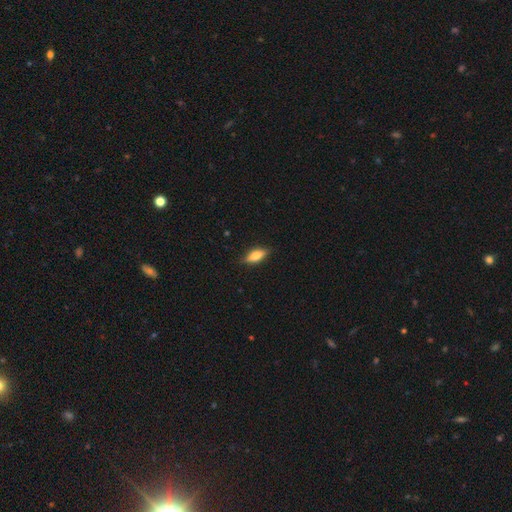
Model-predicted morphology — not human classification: smooth-or-featured: smooth: 67% | featured or disk: 26% | star or artifact: 7%
  how-rounded: in between: 66% | cigar-shaped: 31% | round: 3%
  merging: none: 84% | minor disturbance: 13% | major disturbance: 2% | merger: 1%